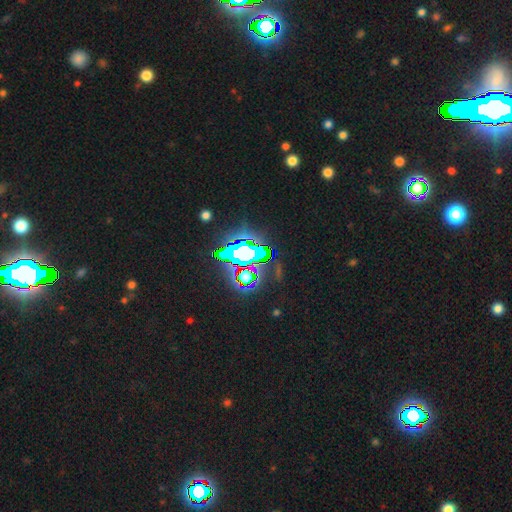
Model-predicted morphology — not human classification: Q: Smooth or featured?
A: star or artifact (80%); runner-up: smooth (12%)